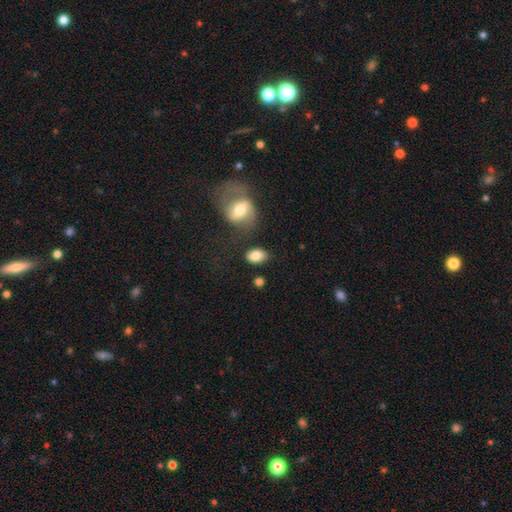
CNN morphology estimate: Smooth or featured? Predicted: smooth (p=0.83). How rounded? Predicted: in between (p=0.84). Merging? Predicted: none (p=0.73).